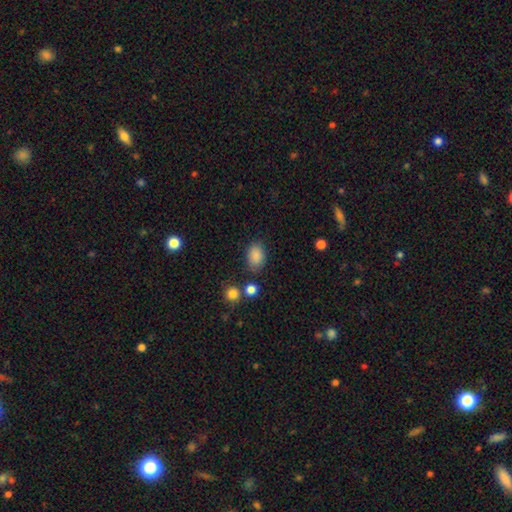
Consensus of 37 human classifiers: Overall: smooth (89%). How rounded: in between (82%). Merging: none (86%).